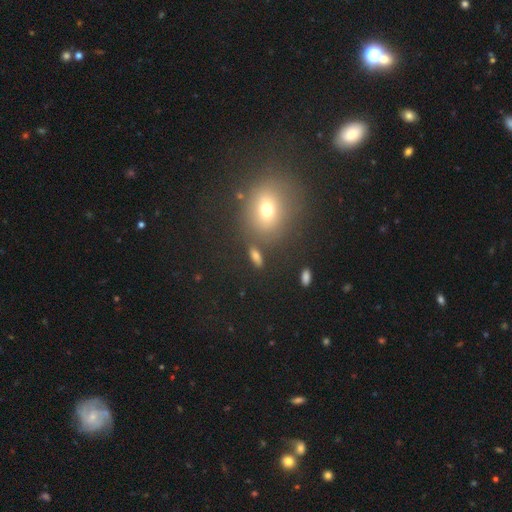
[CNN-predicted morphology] This is likely a smooth galaxy (69%). How rounded: possibly in between (58%). Merging: likely none (76%).